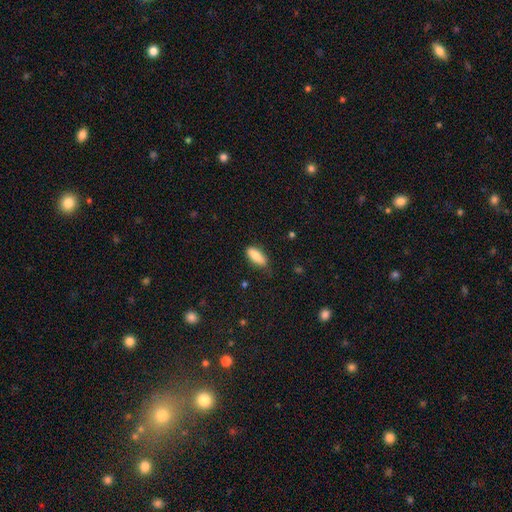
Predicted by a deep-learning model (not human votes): Q: Smooth or featured?
A: smooth (85%); runner-up: featured or disk (9%)
Q: How rounded?
A: in between (78%); runner-up: cigar-shaped (20%)
Q: Merging?
A: none (75%); runner-up: minor disturbance (20%)